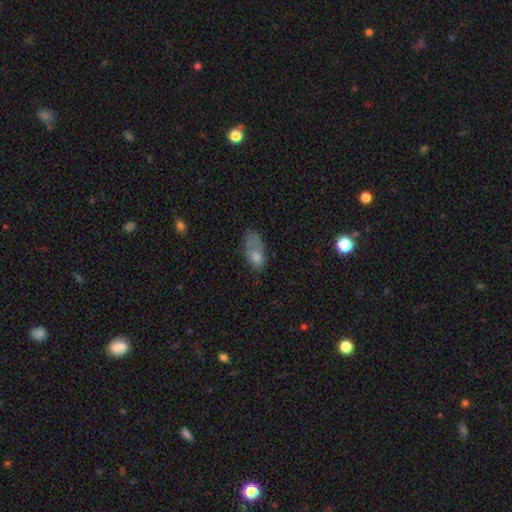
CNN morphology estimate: type=smooth (66%); roundness=in between (84%); merging=none (34%).